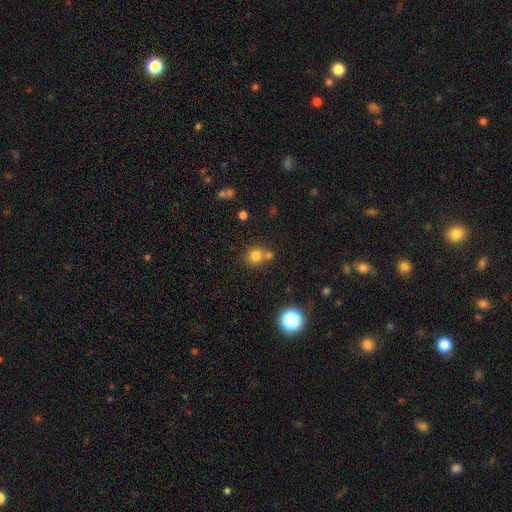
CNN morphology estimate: Q: Smooth or featured?
A: smooth (77%); runner-up: star or artifact (14%)
Q: How rounded?
A: round (88%); runner-up: in between (11%)
Q: Merging?
A: none (58%); runner-up: merger (30%)